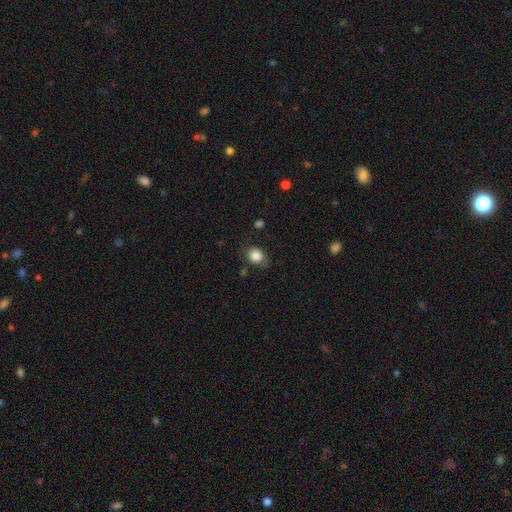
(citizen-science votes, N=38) Smooth or featured?
  - smooth: 82% *
  - featured or disk: 13%
  - star or artifact: 5%
How rounded?
  - round: 71% *
  - in between: 29%
  - cigar-shaped: 0%
Merging?
  - none: 61% *
  - minor disturbance: 28%
  - merger: 8%
  - major disturbance: 3%